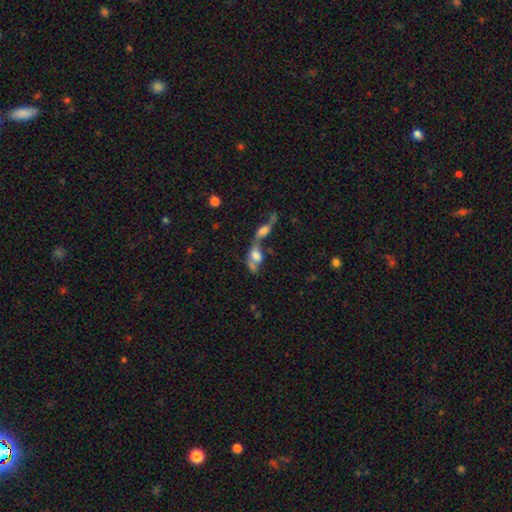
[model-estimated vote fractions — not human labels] Smooth or featured?
  - smooth: 50% *
  - featured or disk: 37%
  - star or artifact: 13%
Merging?
  - merger: 75% *
  - none: 11%
  - major disturbance: 9%
  - minor disturbance: 5%